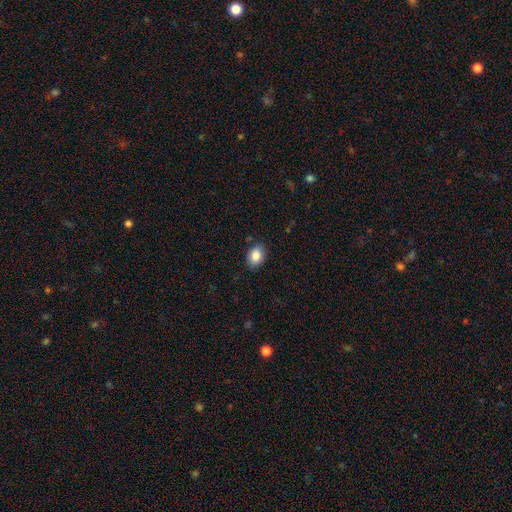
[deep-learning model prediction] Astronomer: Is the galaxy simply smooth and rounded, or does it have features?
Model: smooth — 87%.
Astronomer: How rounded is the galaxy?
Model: in between — 70%.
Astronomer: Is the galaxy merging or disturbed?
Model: none — 85%.